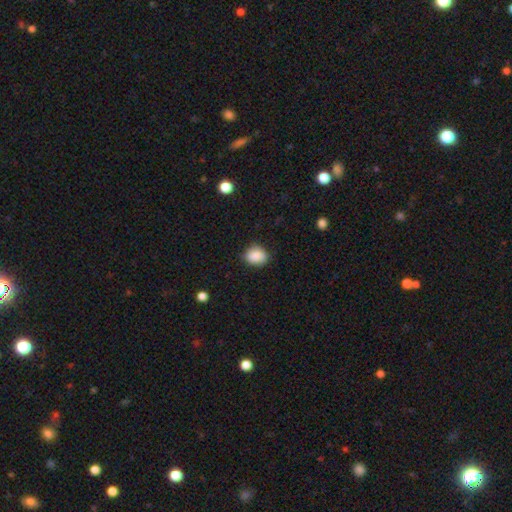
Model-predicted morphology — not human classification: A smooth galaxy with no disk features (87%) that is round (57%). Merging: none (80%).